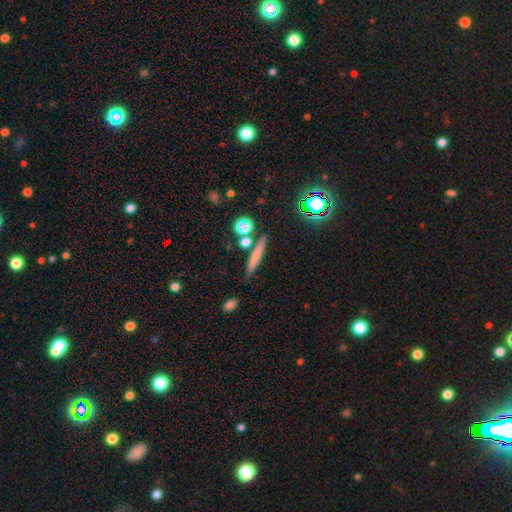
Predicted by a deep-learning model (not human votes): A smooth galaxy with no disk features (67%) that is cigar-shaped (88%).

Vote fractions:
- Smooth or featured? smooth: 67% / featured or disk: 21% / star or artifact: 12%
- How rounded? cigar-shaped: 88% / in between: 7% / round: 5%
- Merging? none: 81% / minor disturbance: 9% / merger: 7% / major disturbance: 3%